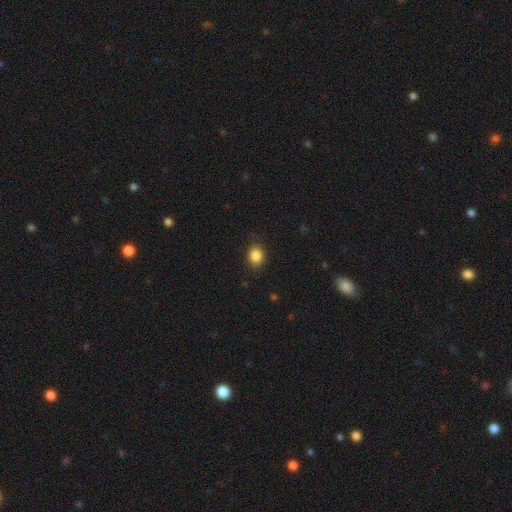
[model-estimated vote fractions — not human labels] This is clearly a smooth galaxy (86%). How rounded: possibly in between (54%). Merging: clearly none (84%).